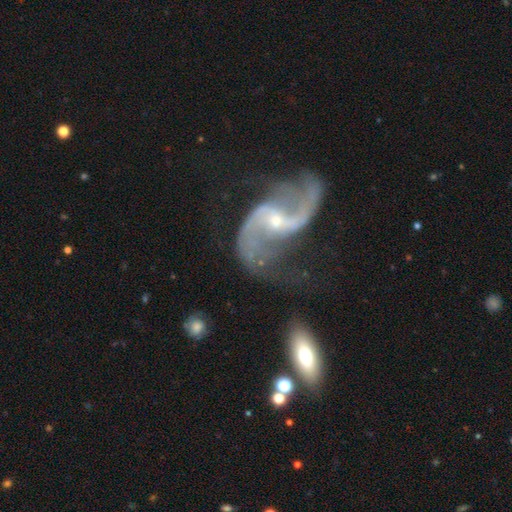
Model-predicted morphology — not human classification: Smooth or featured? featured or disk (91%)
Edge-on disk? no (97%)
Bar? weak (41%)
Spiral arms? yes (97%)
Spiral winding? loose (80%)
Spiral arm count? 2 (94%)
Bulge size? small (67%)
Merging? none (60%)